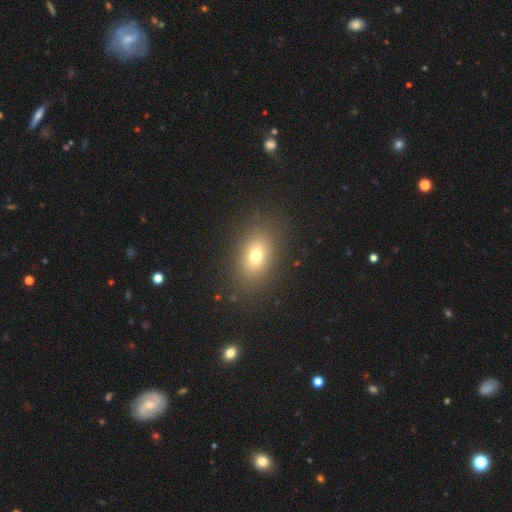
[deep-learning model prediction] The model was most divided on "how rounded": in between: 74%, round: 24%, cigar-shaped: 2%. More confident: merging — none (86%); smooth or featured — smooth (72%).